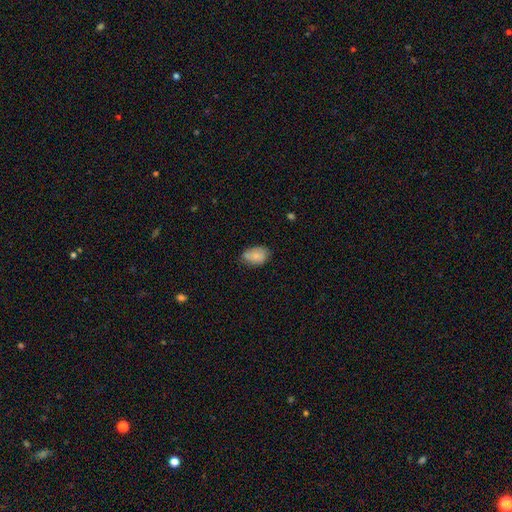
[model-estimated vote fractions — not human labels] Smooth or featured: smooth — 77% (featured or disk — 15%)
How rounded: in between — 85% (round — 13%)
Merging: none — 63% (minor disturbance — 29%)